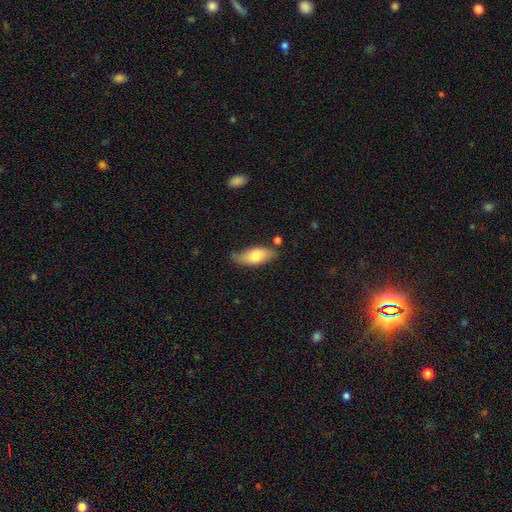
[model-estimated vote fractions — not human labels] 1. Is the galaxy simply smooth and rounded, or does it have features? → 71% smooth, 23% featured or disk, 6% star or artifact.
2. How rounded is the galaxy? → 82% in between, 16% cigar-shaped, 3% round.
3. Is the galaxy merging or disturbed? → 66% none, 25% minor disturbance, 5% major disturbance, 4% merger.